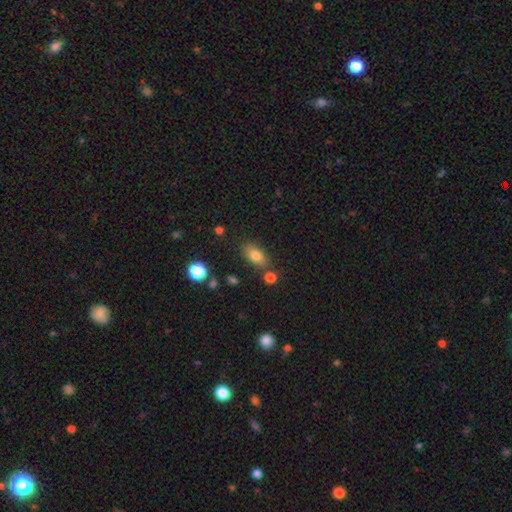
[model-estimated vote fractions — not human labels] A smooth galaxy with no disk features (80%) that is in between round and cigar-shaped (85%). Merging: none (74%).